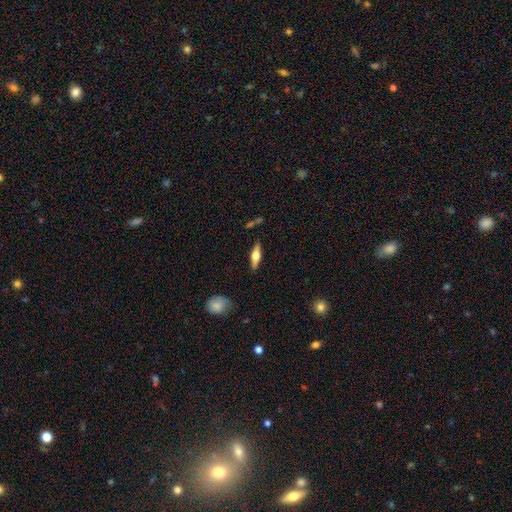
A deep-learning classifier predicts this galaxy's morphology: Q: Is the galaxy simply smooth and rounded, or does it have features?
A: featured or disk — 56%.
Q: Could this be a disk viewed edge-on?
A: yes — 94%.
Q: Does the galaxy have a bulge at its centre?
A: rounded — 93%.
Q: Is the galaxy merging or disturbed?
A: none — 87%.